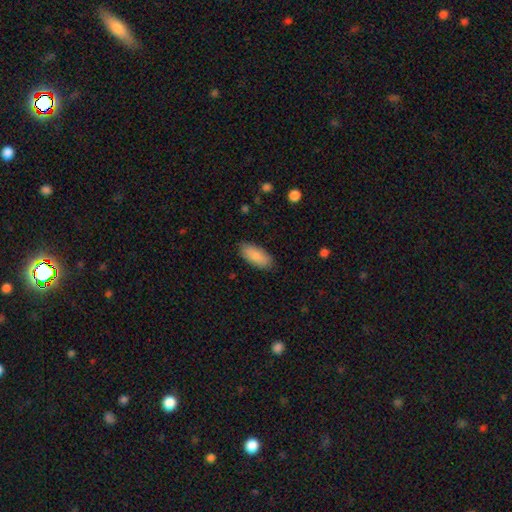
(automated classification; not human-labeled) smooth_or_featured: smooth (p=0.89) [alt: star or artifact p=0.06]
how_rounded: in between (p=0.86) [alt: cigar-shaped p=0.13]
merging: none (p=0.86) [alt: minor disturbance p=0.11]